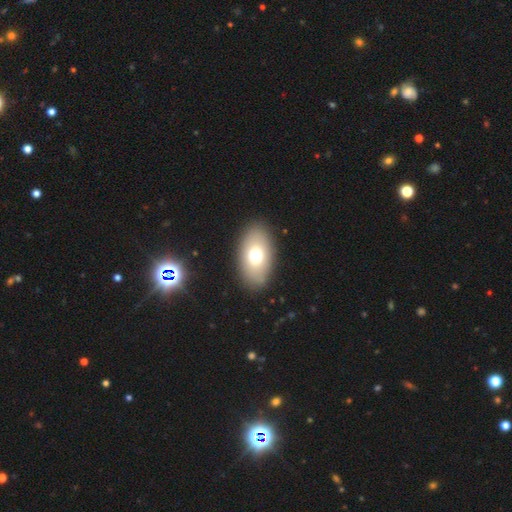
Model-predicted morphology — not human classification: This is likely a smooth galaxy (71%). How rounded: clearly in between (90%). Merging: clearly none (88%).